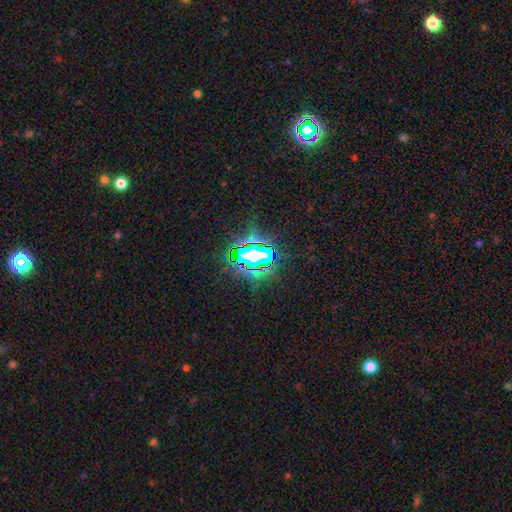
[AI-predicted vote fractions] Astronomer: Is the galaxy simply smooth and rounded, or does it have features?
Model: star or artifact — 75%.